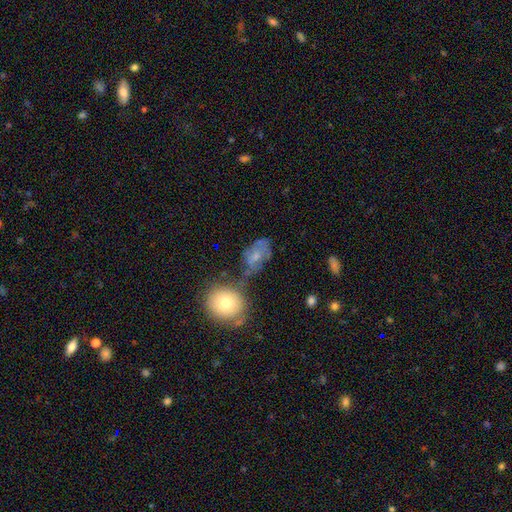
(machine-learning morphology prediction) smooth_or_featured: smooth (p=0.51) [alt: featured or disk p=0.37]
how_rounded: in between (p=0.77) [alt: round p=0.21]
merging: none (p=0.41) [alt: minor disturbance p=0.25]